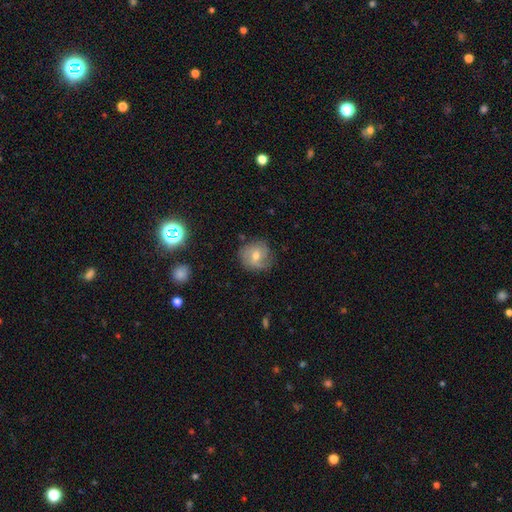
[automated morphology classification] This is possibly a featured or disk galaxy (55%). It is clearly not viewed edge-on (97%). Bar: possibly no (57%). Spiral arm pattern: clearly yes (84%). Central bulge: likely moderate (68%). Merging: likely none (74%).